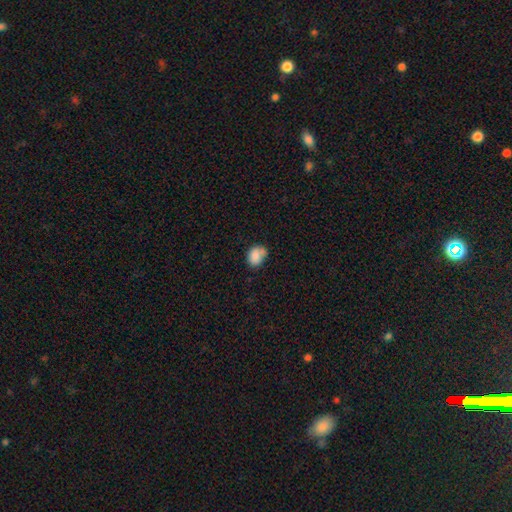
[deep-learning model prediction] The model was most divided on "merging": none: 52%, minor disturbance: 32%, merger: 9%, major disturbance: 8%. More confident: smooth or featured — smooth (83%); how rounded — in between (60%).